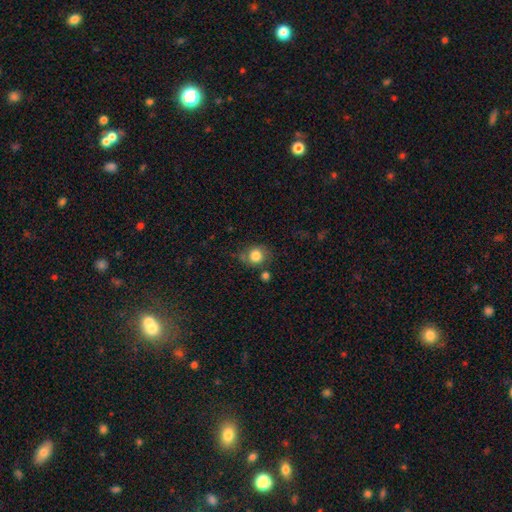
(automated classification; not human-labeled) A smooth galaxy with no disk features (81%) that is round (81%). Merging: none (67%).